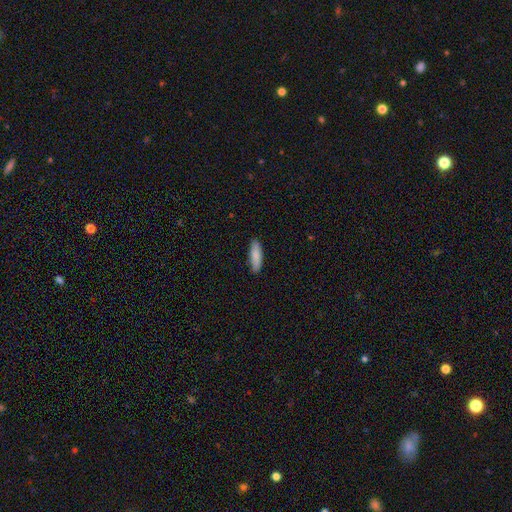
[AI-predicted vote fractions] Overall: smooth (86%). How rounded: cigar-shaped (58%; in between 41%). Merging: none (88%).